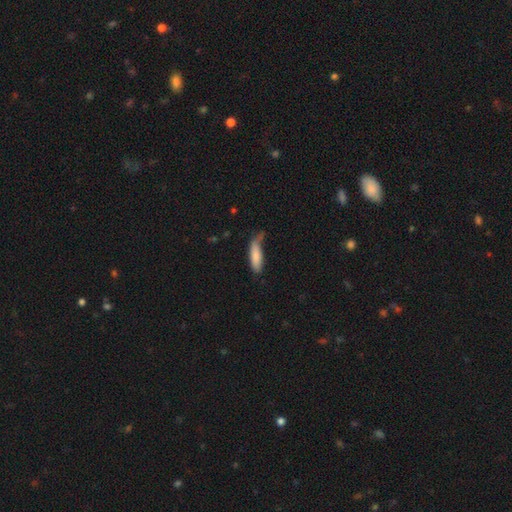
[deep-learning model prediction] A smooth galaxy with no disk features (82%) that is cigar-shaped (53%). Merging: none (44%).